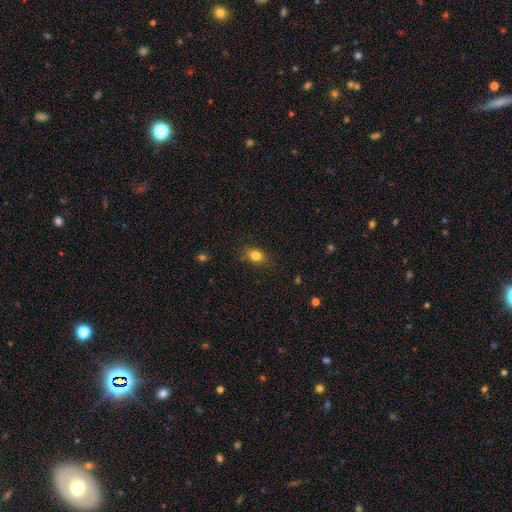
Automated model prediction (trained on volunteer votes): smooth_or_featured: smooth (p=0.83) [alt: star or artifact p=0.10]
how_rounded: in between (p=0.76) [alt: round p=0.21]
merging: none (p=0.81) [alt: minor disturbance p=0.14]